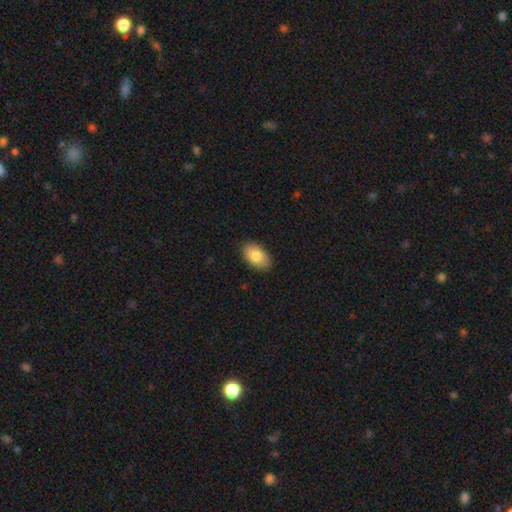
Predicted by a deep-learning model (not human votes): smooth_or_featured: smooth (p=0.82) [alt: featured or disk p=0.11]
how_rounded: in between (p=0.92) [alt: round p=0.07]
merging: none (p=0.88) [alt: minor disturbance p=0.09]